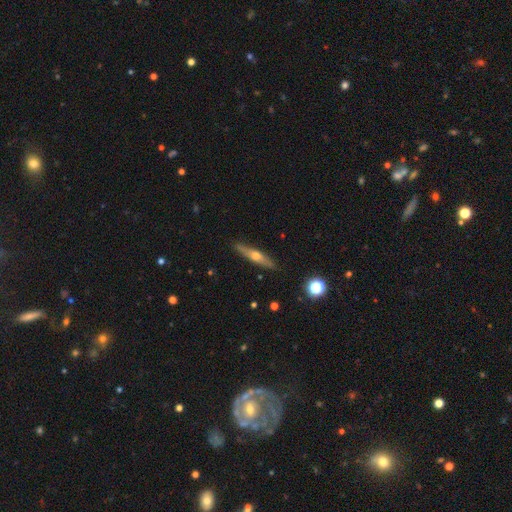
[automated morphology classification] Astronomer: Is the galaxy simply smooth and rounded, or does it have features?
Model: featured or disk — 64%.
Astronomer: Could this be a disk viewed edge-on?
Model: yes — 95%.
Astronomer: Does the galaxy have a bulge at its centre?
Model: rounded — 91%.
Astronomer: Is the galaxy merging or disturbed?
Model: none — 90%.